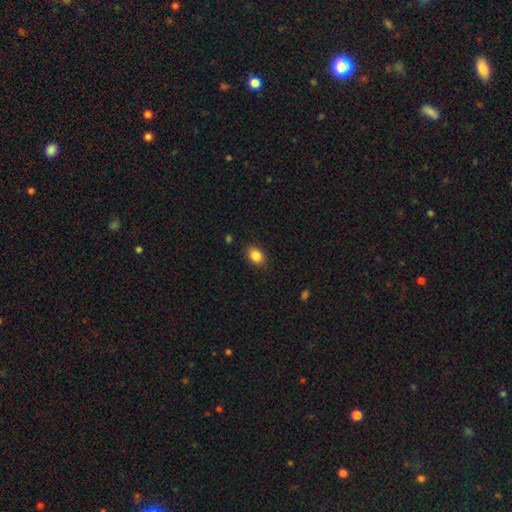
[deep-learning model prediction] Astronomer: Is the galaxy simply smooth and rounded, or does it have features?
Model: smooth — 87%.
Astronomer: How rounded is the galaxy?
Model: in between — 71%.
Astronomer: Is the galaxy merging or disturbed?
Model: none — 89%.